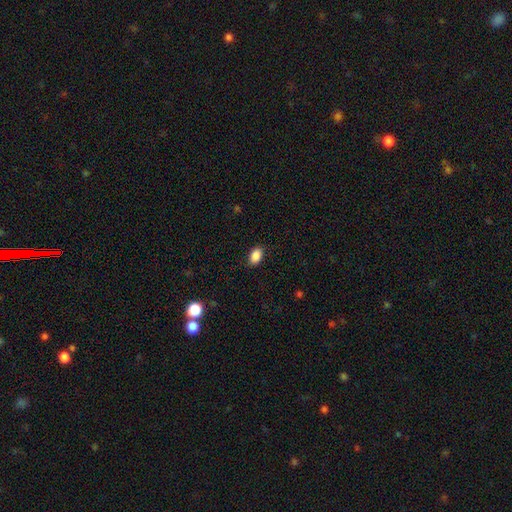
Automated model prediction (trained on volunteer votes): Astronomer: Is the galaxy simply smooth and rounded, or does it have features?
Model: smooth — 88%.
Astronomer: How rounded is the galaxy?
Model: in between — 88%.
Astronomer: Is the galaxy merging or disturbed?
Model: none — 87%.